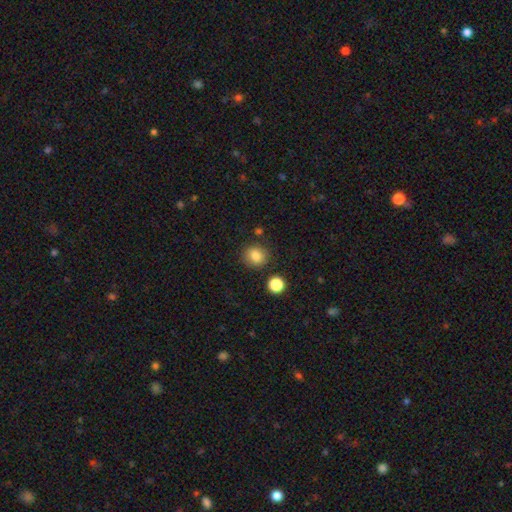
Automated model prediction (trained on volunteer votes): smooth-or-featured: smooth: 83% | star or artifact: 11% | featured or disk: 6%
  how-rounded: round: 83% | in between: 17% | cigar-shaped: 1%
  merging: none: 84% | minor disturbance: 10% | merger: 4% | major disturbance: 3%